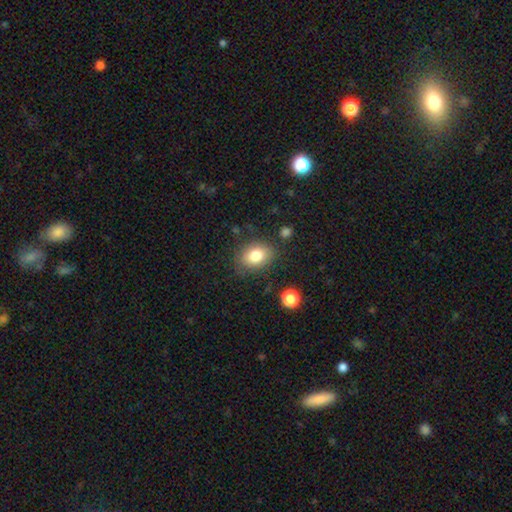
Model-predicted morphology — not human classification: Q: Smooth or featured?
A: smooth (81%); runner-up: featured or disk (10%)
Q: How rounded?
A: in between (69%); runner-up: round (29%)
Q: Merging?
A: none (79%); runner-up: minor disturbance (14%)